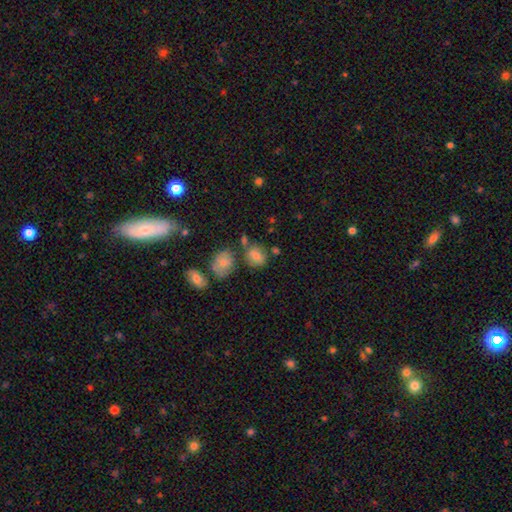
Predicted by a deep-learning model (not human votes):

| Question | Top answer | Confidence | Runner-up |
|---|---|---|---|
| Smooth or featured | smooth | 75% | star or artifact (13%) |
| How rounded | round | 54% | in between (44%) |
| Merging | none | 63% | merger (16%) |